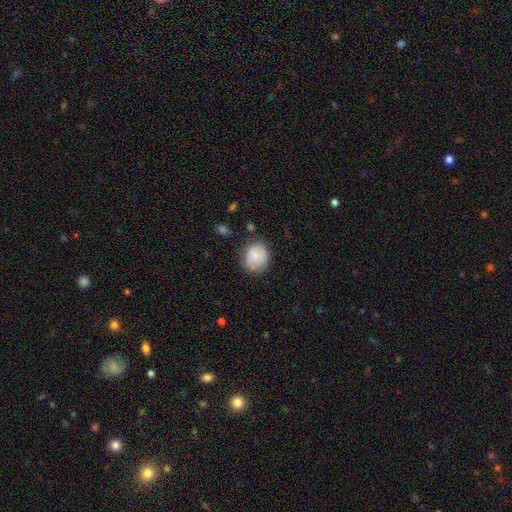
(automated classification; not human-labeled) Smooth or featured? smooth (77%)
How rounded? round (77%)
Merging? none (73%)